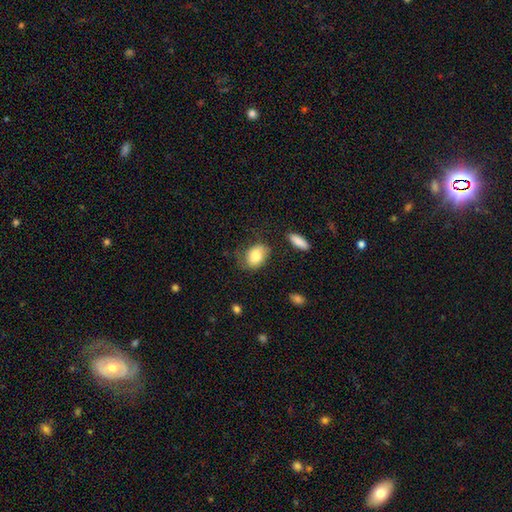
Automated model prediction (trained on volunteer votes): Overall: smooth (80%). How rounded: in between (73%). Merging: none (57%; minor disturbance 28%).